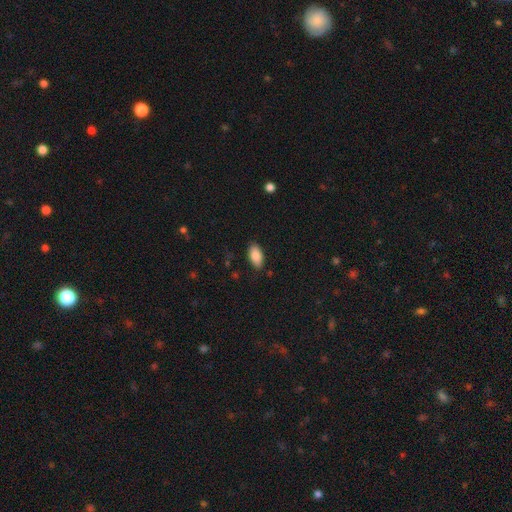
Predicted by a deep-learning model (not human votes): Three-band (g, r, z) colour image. It shows a smooth galaxy with no disk features (87%) that is in between round and cigar-shaped (93%). Merging: none (85%).